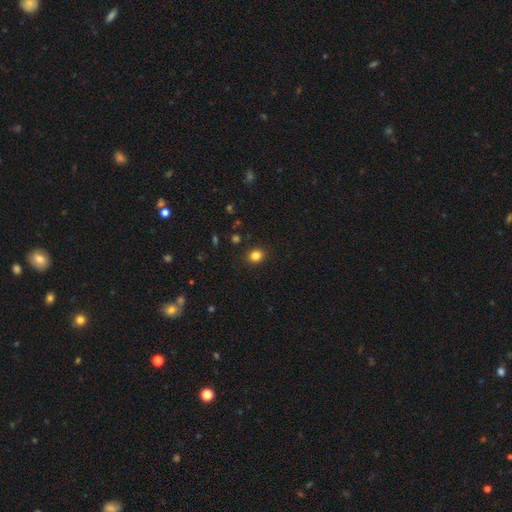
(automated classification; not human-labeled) A smooth galaxy with no disk features (83%) that is round (69%). Merging: none (90%).